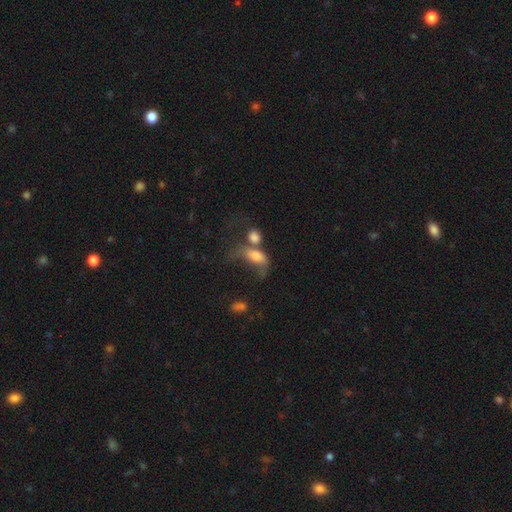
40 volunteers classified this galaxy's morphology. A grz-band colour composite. It shows a smooth galaxy with no disk features (68%) that is in between round and cigar-shaped (93%). Merging: merger (44%).